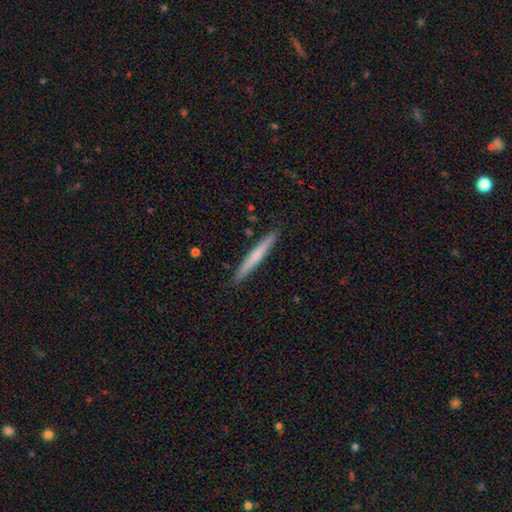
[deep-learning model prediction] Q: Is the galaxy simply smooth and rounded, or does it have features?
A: smooth — 60%.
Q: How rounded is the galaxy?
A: cigar-shaped — 97%.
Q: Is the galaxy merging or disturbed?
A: none — 92%.